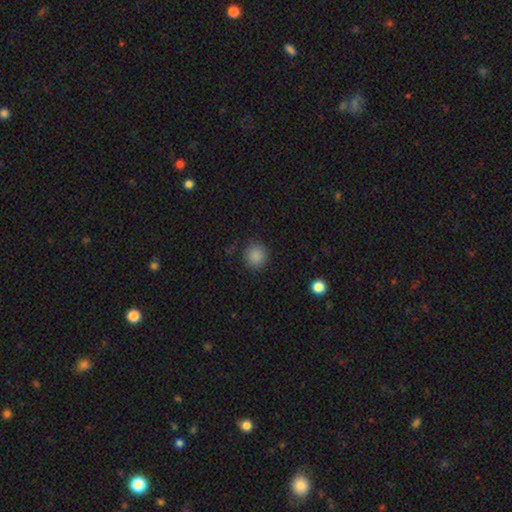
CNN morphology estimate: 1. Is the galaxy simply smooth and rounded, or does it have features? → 87% smooth, 10% star or artifact, 3% featured or disk.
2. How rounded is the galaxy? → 92% round, 7% in between, 1% cigar-shaped.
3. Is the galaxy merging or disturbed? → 89% none, 7% minor disturbance, 3% major disturbance, 1% merger.